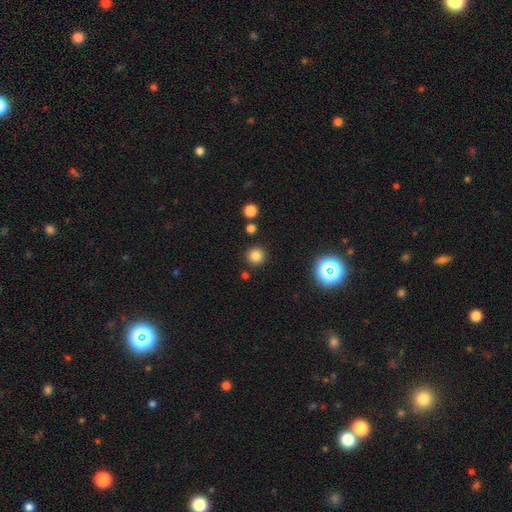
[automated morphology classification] Smooth or featured?
  - smooth: 80% *
  - star or artifact: 15%
  - featured or disk: 5%
How rounded?
  - round: 94% *
  - in between: 5%
  - cigar-shaped: 1%
Merging?
  - none: 88% *
  - minor disturbance: 6%
  - merger: 4%
  - major disturbance: 2%